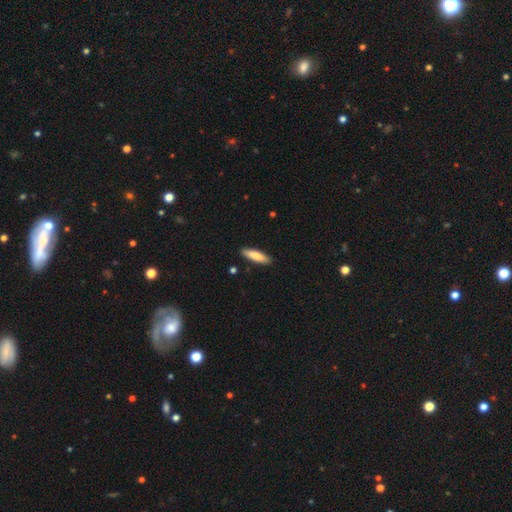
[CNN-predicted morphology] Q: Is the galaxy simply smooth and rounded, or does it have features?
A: smooth — 81%.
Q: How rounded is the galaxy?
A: cigar-shaped — 68%.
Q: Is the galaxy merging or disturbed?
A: none — 89%.